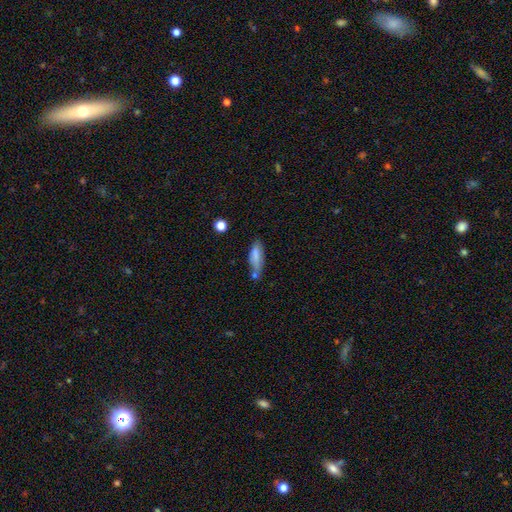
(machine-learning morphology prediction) Smooth or featured? smooth (78%)
How rounded? in between (54%)
Merging? none (51%)